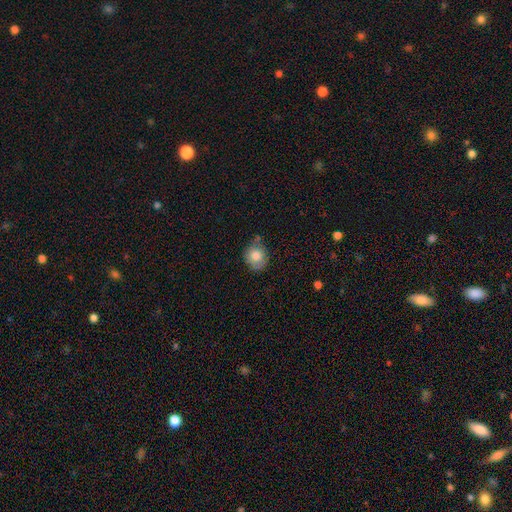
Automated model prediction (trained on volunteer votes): smooth-or-featured: smooth: 81% | featured or disk: 11% | star or artifact: 8%
  how-rounded: round: 70% | in between: 29% | cigar-shaped: 1%
  merging: none: 59% | minor disturbance: 29% | major disturbance: 6% | merger: 6%